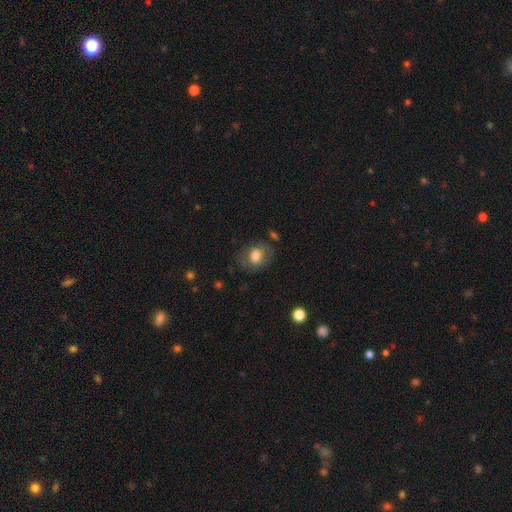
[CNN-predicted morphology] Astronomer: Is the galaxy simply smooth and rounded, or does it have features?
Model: smooth — 70%.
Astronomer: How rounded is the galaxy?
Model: in between — 58% (runner-up: round, 41%).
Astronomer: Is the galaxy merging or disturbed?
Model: none — 68%.